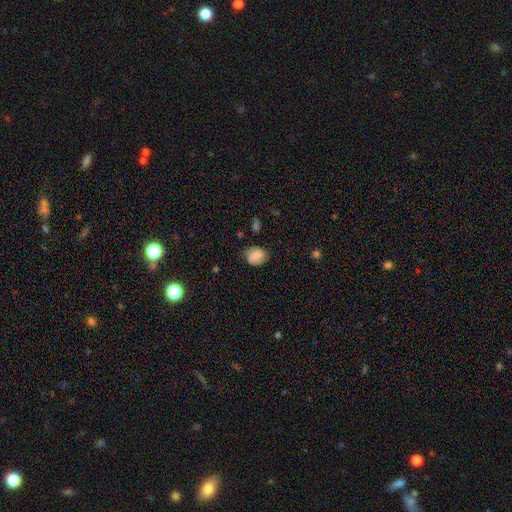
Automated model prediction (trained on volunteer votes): A featured or disk galaxy (59%) with a weak bar (45%), 2 (84%) medium (44%) spiral arms (92%) and a small central bulge (41%). Merging: none (77%).